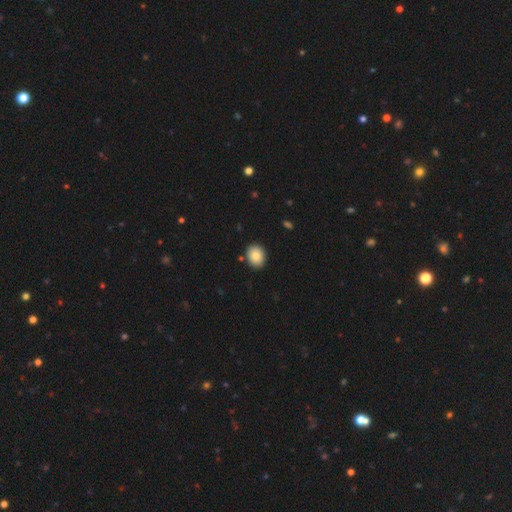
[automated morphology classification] Smooth or featured: smooth — 85% (star or artifact — 8%)
How rounded: round — 52% (in between — 47%)
Merging: none — 88% (minor disturbance — 8%)